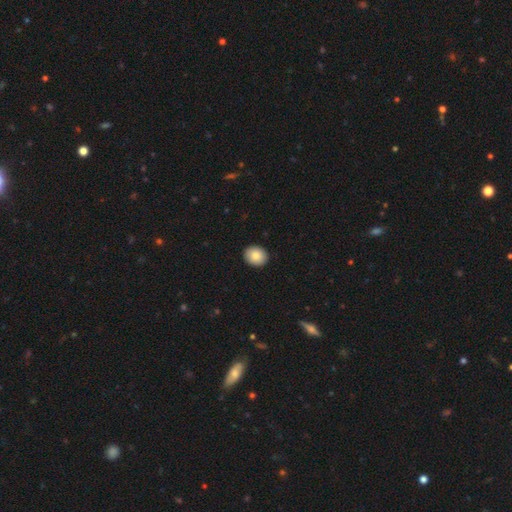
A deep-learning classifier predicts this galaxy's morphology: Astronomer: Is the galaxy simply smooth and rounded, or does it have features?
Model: smooth — 85%.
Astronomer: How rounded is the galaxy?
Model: round — 66%.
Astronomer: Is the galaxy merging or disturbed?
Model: none — 91%.